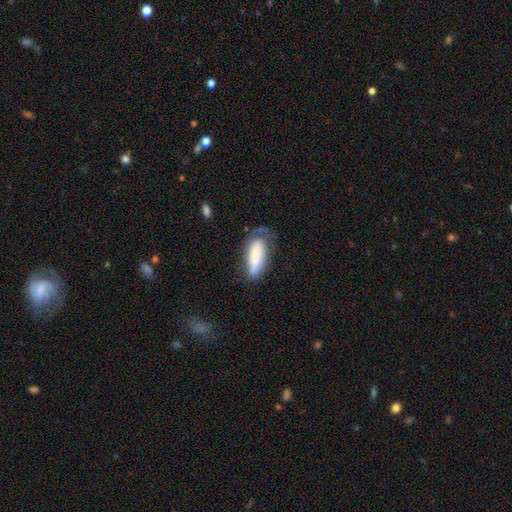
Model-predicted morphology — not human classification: Smooth or featured: smooth — 70% (featured or disk — 23%)
How rounded: in between — 68% (cigar-shaped — 30%)
Merging: none — 49% (minor disturbance — 30%)